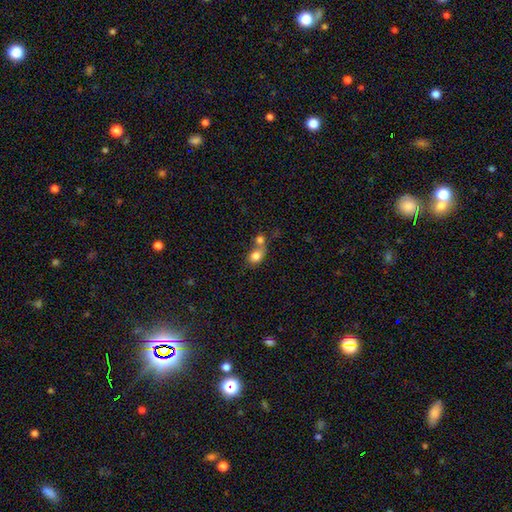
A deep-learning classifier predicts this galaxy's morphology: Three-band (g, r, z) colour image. It shows a smooth galaxy with no disk features (80%) that is in between round and cigar-shaped (54%). Merging: merger (55%).